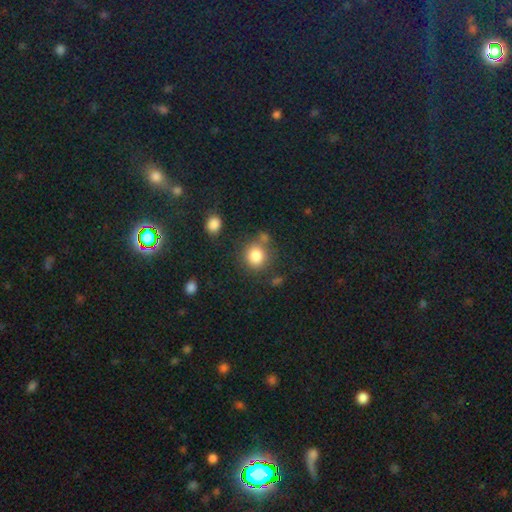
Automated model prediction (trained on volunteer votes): Smooth or featured: smooth — 83% (star or artifact — 11%)
How rounded: round — 85% (in between — 14%)
Merging: none — 70% (merger — 13%)